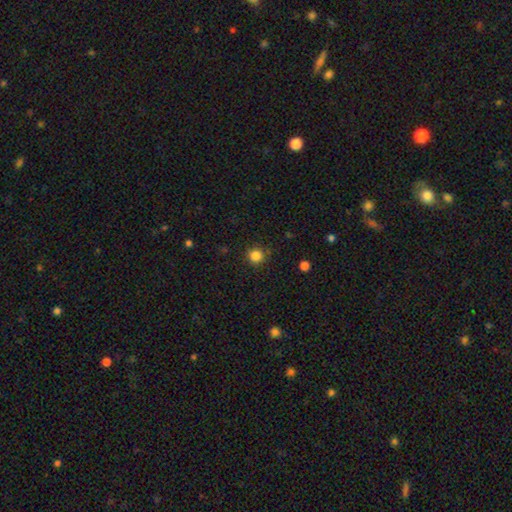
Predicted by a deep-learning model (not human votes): smooth_or_featured: smooth (p=0.85) [alt: star or artifact p=0.12]
how_rounded: round (p=0.94) [alt: in between p=0.06]
merging: none (p=0.87) [alt: minor disturbance p=0.08]